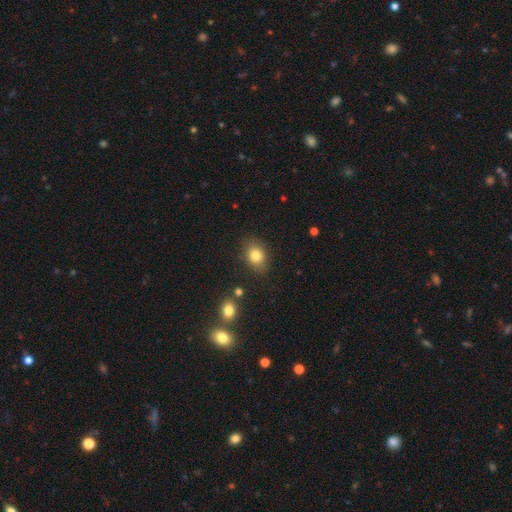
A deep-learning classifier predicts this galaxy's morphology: A smooth galaxy with no disk features (81%) that is in between round and cigar-shaped (58%). Merging: none (83%).